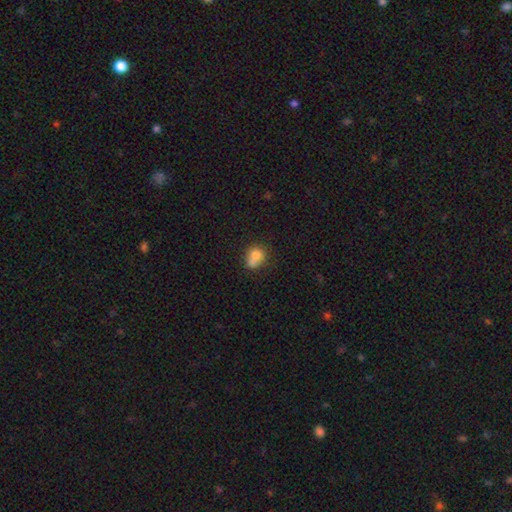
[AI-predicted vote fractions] Smooth or featured? Predicted: smooth (p=0.73). How rounded? Predicted: round (p=0.70). Merging? Predicted: merger (p=0.53).